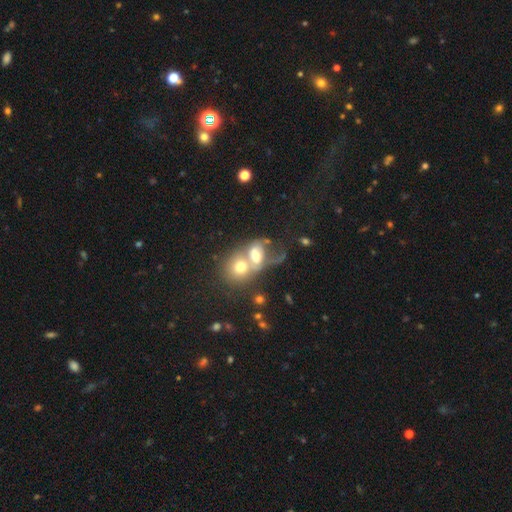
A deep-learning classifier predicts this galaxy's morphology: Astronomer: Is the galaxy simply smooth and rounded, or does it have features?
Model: smooth — 54% (runner-up: featured or disk, 35%).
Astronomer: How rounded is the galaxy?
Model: in between — 51% (runner-up: round, 47%).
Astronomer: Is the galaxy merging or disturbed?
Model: merger — 75%.